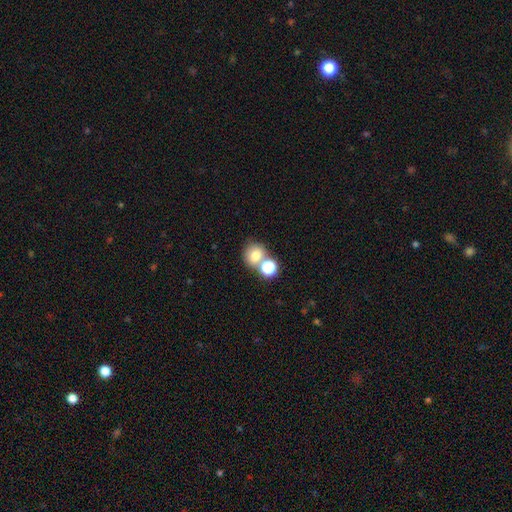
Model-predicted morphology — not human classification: Smooth or featured?
  - smooth: 74% *
  - star or artifact: 15%
  - featured or disk: 11%
How rounded?
  - round: 76% *
  - in between: 23%
  - cigar-shaped: 1%
Merging?
  - none: 48% *
  - merger: 40%
  - minor disturbance: 8%
  - major disturbance: 4%